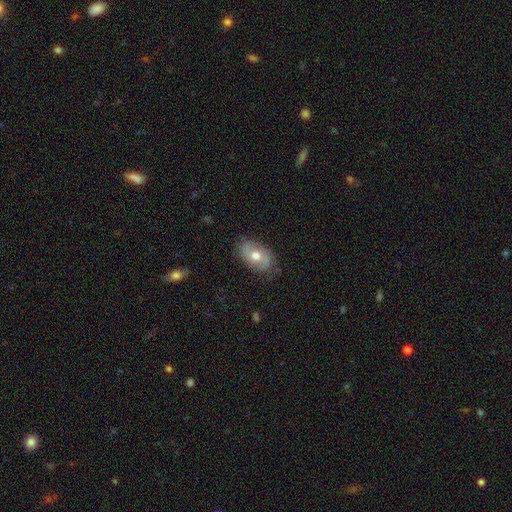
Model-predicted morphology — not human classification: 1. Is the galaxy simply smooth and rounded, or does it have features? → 47% smooth, 46% featured or disk, 7% star or artifact.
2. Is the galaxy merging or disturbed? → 77% none, 18% minor disturbance, 4% major disturbance, 1% merger.